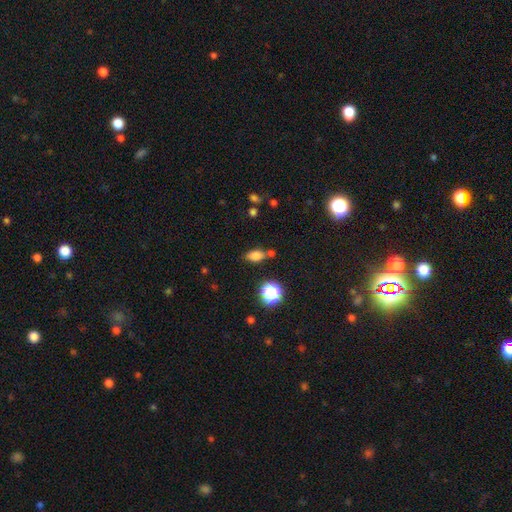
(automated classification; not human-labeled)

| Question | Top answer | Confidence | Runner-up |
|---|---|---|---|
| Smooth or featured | smooth | 76% | star or artifact (15%) |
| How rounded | in between | 79% | round (17%) |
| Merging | none | 69% | minor disturbance (15%) |